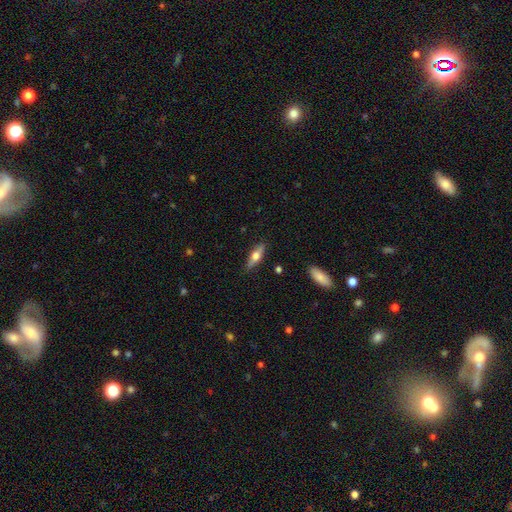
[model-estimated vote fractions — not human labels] Smooth or featured?
  - featured or disk: 50% *
  - smooth: 44%
  - star or artifact: 6%
Edge-on disk?
  - yes: 91% *
  - no: 9%
Merging?
  - none: 84% *
  - minor disturbance: 12%
  - major disturbance: 3%
  - merger: 2%